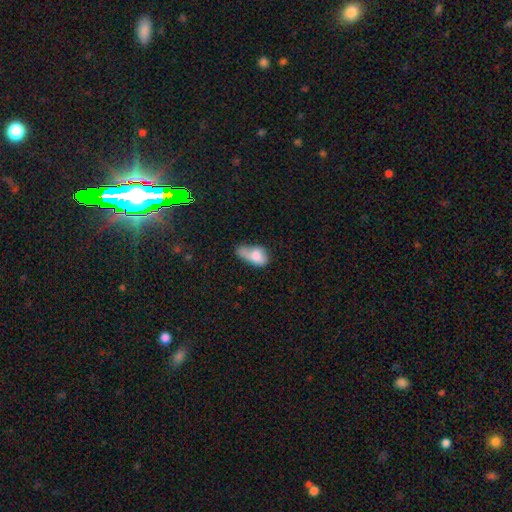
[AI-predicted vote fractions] smooth_or_featured: smooth (p=0.72) [alt: featured or disk p=0.19]
how_rounded: in between (p=0.85) [alt: round p=0.09]
merging: minor disturbance (p=0.29) [alt: major disturbance p=0.27]